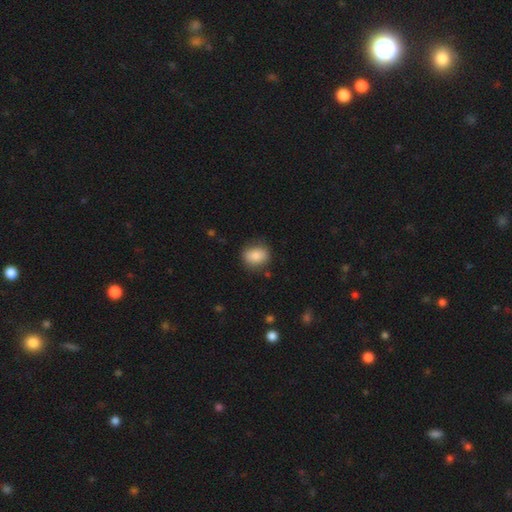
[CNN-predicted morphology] smooth-or-featured: smooth: 85% | star or artifact: 8% | featured or disk: 7%
  how-rounded: in between: 51% | round: 48% | cigar-shaped: 1%
  merging: none: 80% | minor disturbance: 15% | major disturbance: 4% | merger: 2%